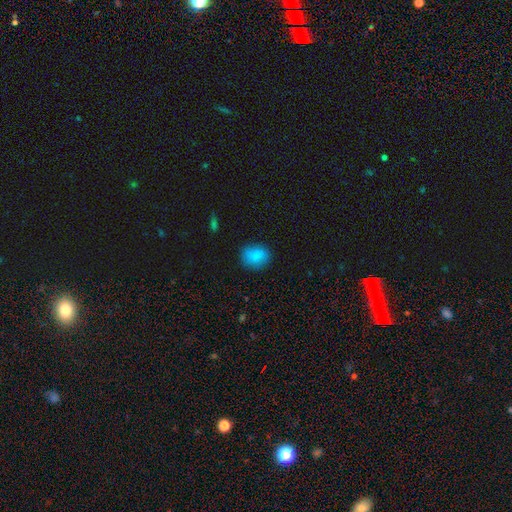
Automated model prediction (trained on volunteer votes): Smooth or featured?
  - smooth: 84% *
  - star or artifact: 8%
  - featured or disk: 8%
How rounded?
  - round: 59% *
  - in between: 40%
  - cigar-shaped: 1%
Merging?
  - none: 80% *
  - minor disturbance: 15%
  - major disturbance: 4%
  - merger: 1%